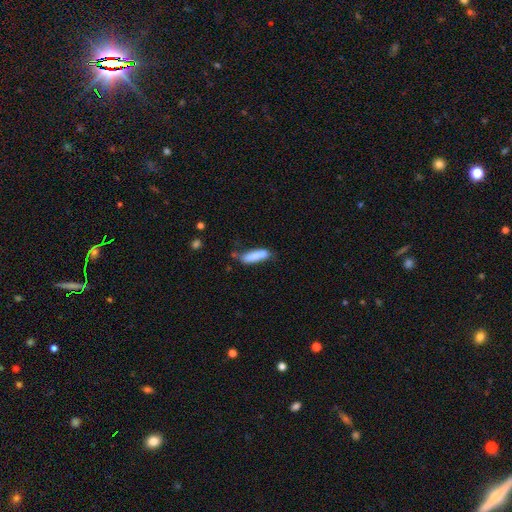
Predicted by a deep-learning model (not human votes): Smooth or featured? Predicted: smooth (p=0.84). How rounded? Predicted: cigar-shaped (p=0.68). Merging? Predicted: none (p=0.60).